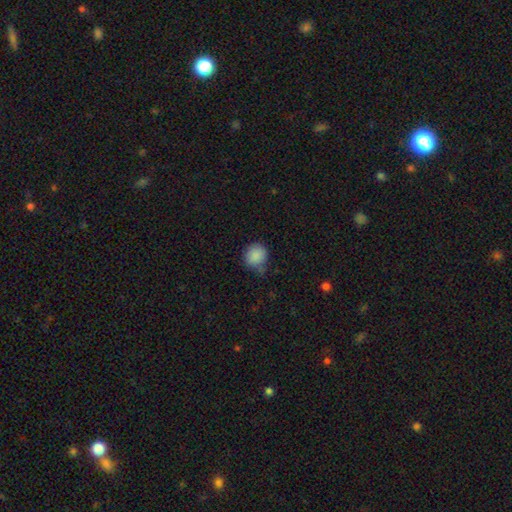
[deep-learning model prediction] Smooth or featured: smooth — 87% (star or artifact — 8%)
How rounded: round — 82% (in between — 17%)
Merging: none — 66% (minor disturbance — 25%)